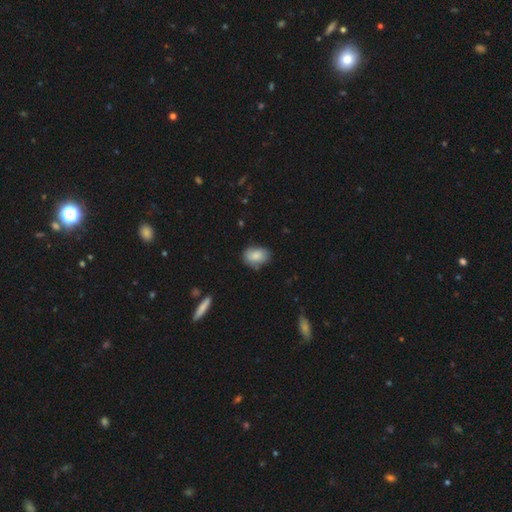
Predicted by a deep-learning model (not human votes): This is clearly a smooth galaxy (82%). How rounded: likely in between (77%). Merging: likely none (68%).